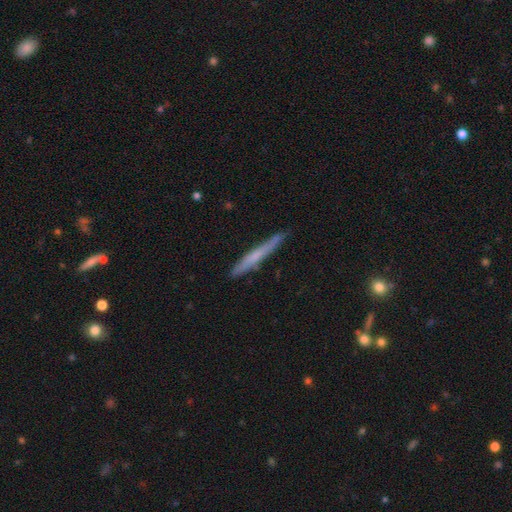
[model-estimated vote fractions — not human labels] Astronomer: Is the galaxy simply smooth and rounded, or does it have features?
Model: smooth — 52% (runner-up: featured or disk, 42%).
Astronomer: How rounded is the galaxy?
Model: cigar-shaped — 96%.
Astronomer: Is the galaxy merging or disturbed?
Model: none — 86%.